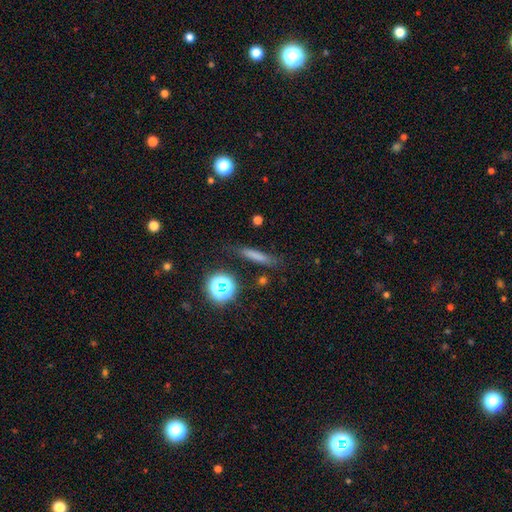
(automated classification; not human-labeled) Smooth or featured: smooth — 69% (featured or disk — 16%)
How rounded: cigar-shaped — 85% (in between — 10%)
Merging: none — 79% (minor disturbance — 14%)